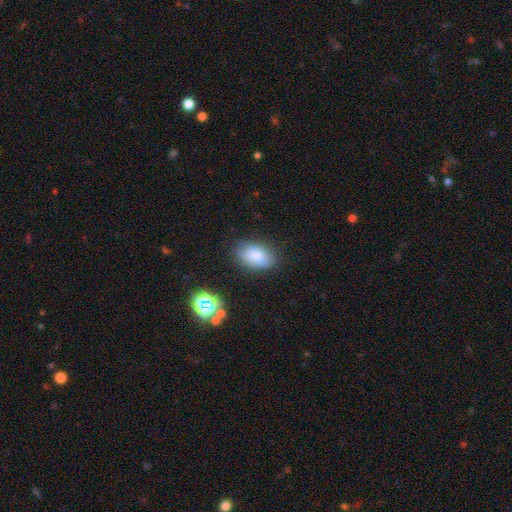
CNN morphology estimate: smooth_or_featured: smooth (p=0.81) [alt: featured or disk p=0.10]
how_rounded: in between (p=0.90) [alt: round p=0.08]
merging: none (p=0.78) [alt: minor disturbance p=0.16]